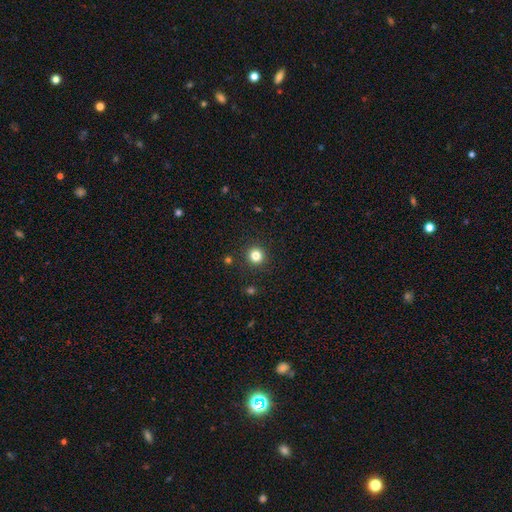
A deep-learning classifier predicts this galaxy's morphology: Smooth or featured? smooth (82%)
How rounded? round (94%)
Merging? none (92%)